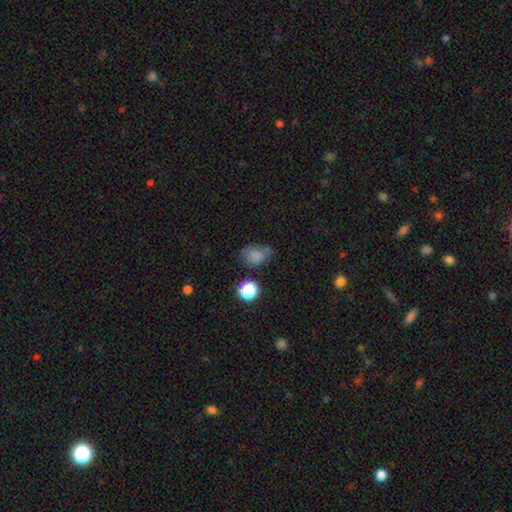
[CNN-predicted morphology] smooth_or_featured: smooth (p=0.76) [alt: star or artifact p=0.14]
how_rounded: in between (p=0.67) [alt: round p=0.32]
merging: none (p=0.54) [alt: minor disturbance p=0.29]